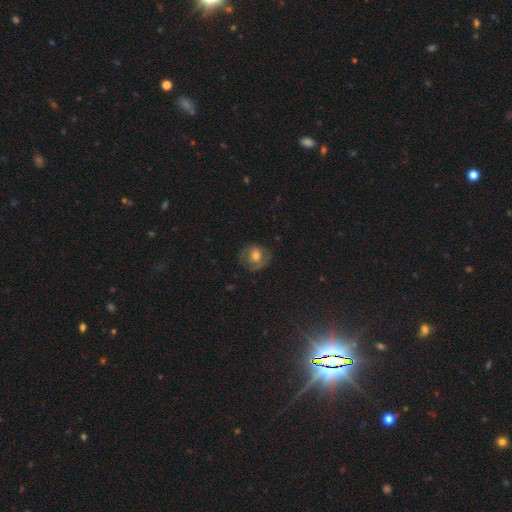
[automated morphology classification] A smooth galaxy with no disk features (55%) that is round (75%). Merging: none (69%).